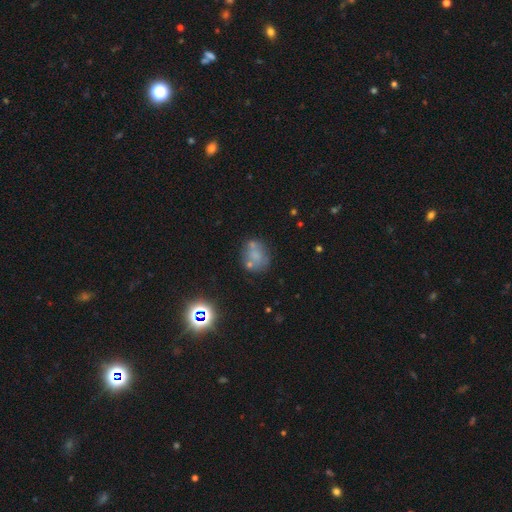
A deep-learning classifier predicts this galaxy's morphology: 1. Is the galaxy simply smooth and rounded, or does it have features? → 56% smooth, 30% featured or disk, 15% star or artifact.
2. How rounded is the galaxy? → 68% round, 31% in between, 1% cigar-shaped.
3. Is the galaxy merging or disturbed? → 51% none, 20% merger, 19% minor disturbance, 10% major disturbance.